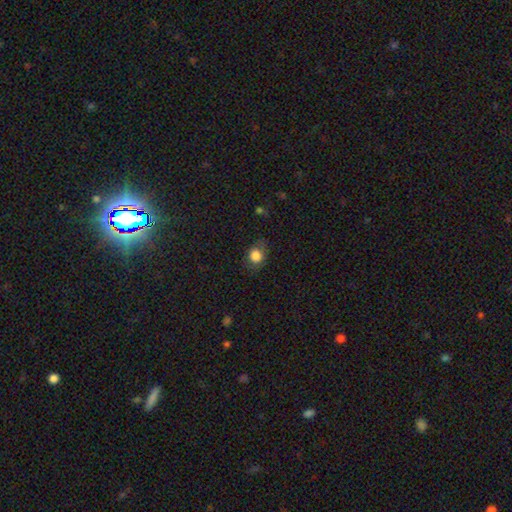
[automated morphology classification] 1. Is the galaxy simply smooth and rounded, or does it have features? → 82% smooth, 10% star or artifact, 7% featured or disk.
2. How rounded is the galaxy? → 60% round, 38% in between, 1% cigar-shaped.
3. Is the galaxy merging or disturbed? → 72% none, 21% minor disturbance, 7% major disturbance, 1% merger.